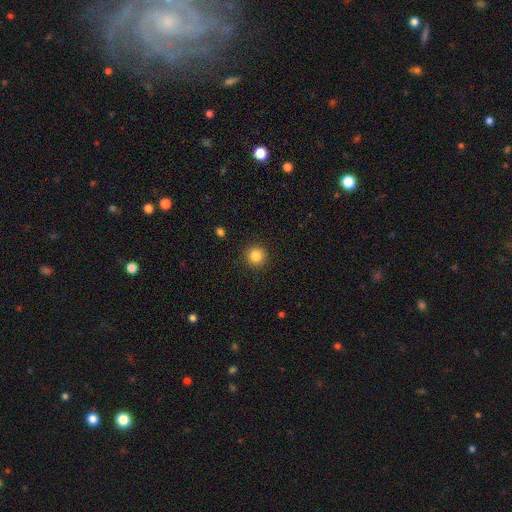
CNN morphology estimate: Q: Smooth or featured?
A: smooth (85%); runner-up: star or artifact (11%)
Q: How rounded?
A: round (94%); runner-up: in between (5%)
Q: Merging?
A: none (91%); runner-up: minor disturbance (5%)